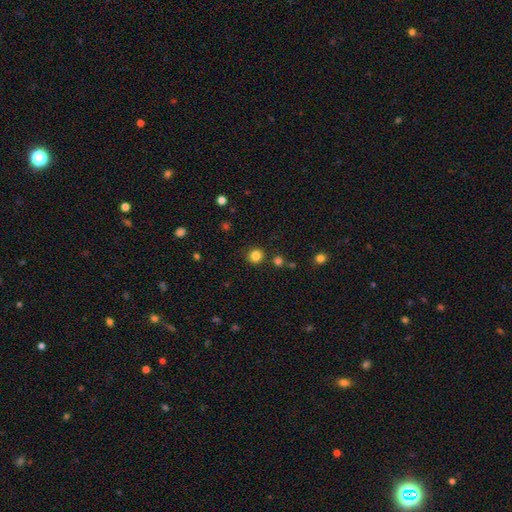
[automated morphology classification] Smooth or featured? Predicted: smooth (p=0.84). How rounded? Predicted: round (p=0.90). Merging? Predicted: none (p=0.87).